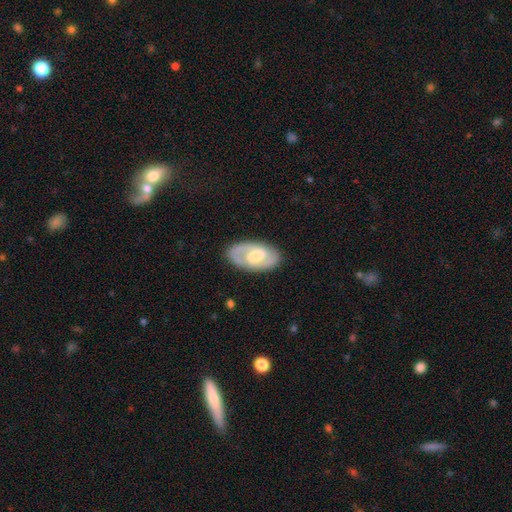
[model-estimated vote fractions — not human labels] A featured or disk galaxy (73%) with a weak bar (55%), 2 (80%) medium (46%) spiral arms (84%) and a moderate central bulge (55%).

Vote fractions:
- Smooth or featured? featured or disk: 73% / smooth: 22% / star or artifact: 5%
- Edge-on disk? no: 95% / yes: 5%
- Bar? weak: 55% / no: 26% / strong: 19%
- Spiral arms? yes: 84% / no: 16%
- Spiral winding? medium: 46% / tight: 37% / loose: 16%
- Spiral arm count? 2: 80% / can't tell: 11% / 1: 6% / 3: 2% / 4: 1% / more than 4: 1%
- Bulge size? moderate: 55% / small: 28% / large: 12% / none: 4% / dominant: 1%
- Merging? none: 83% / minor disturbance: 12% / major disturbance: 4% / merger: 1%